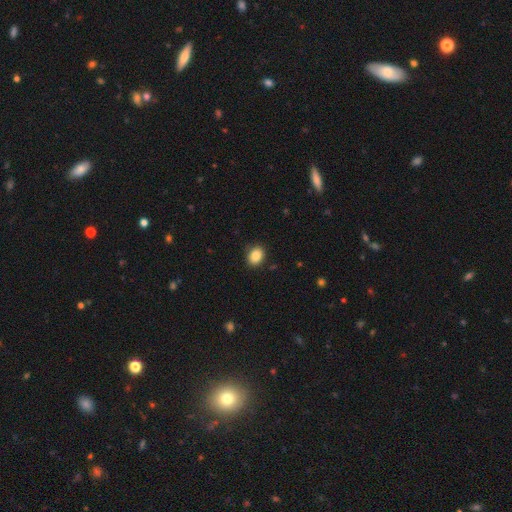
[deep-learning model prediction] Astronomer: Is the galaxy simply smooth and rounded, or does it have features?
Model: smooth — 87%.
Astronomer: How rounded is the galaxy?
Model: in between — 67%.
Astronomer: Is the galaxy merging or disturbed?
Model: none — 86%.